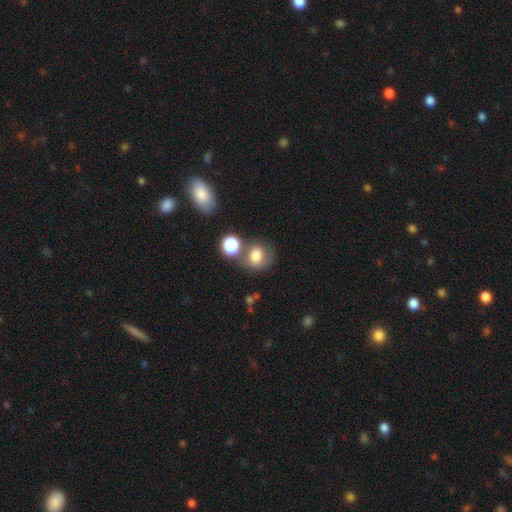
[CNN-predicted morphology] Smooth or featured?
  - smooth: 74% *
  - featured or disk: 14%
  - star or artifact: 12%
How rounded?
  - round: 67% *
  - in between: 32%
  - cigar-shaped: 1%
Merging?
  - none: 54% *
  - merger: 20%
  - minor disturbance: 17%
  - major disturbance: 8%